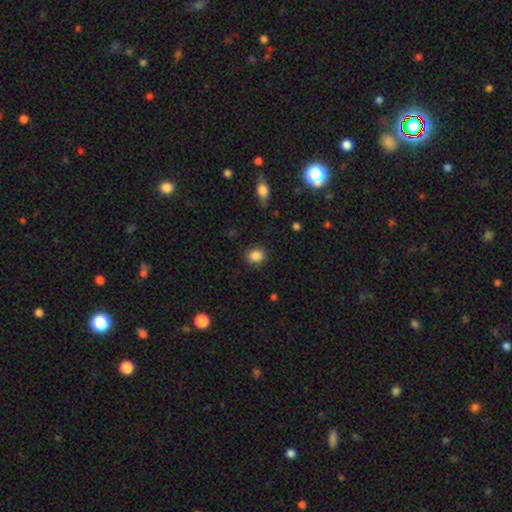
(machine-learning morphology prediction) This appears to be a smooth galaxy with no disk features (87%) that is round (71%). Merging: none (88%).